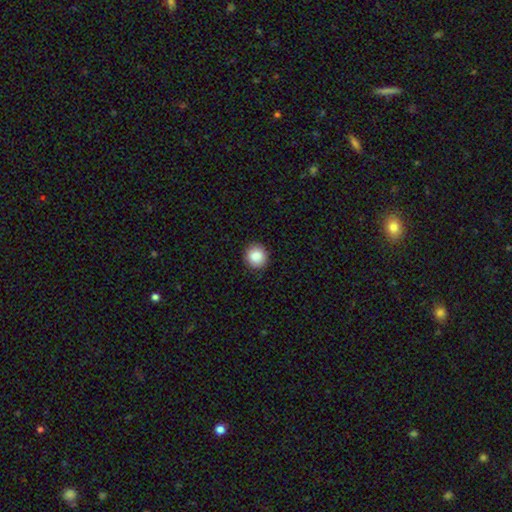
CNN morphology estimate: Smooth or featured?
  - smooth: 87% *
  - star or artifact: 8%
  - featured or disk: 4%
How rounded?
  - round: 90% *
  - in between: 9%
  - cigar-shaped: 1%
Merging?
  - none: 91% *
  - minor disturbance: 6%
  - major disturbance: 2%
  - merger: 1%